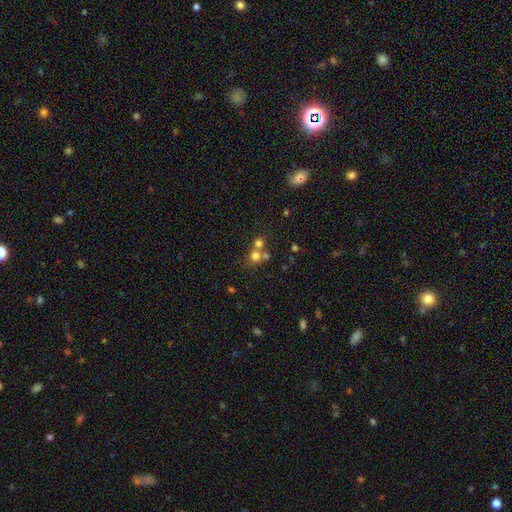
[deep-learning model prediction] Morphology: type=smooth (68%); roundness=round (85%); merging=merger (49%).